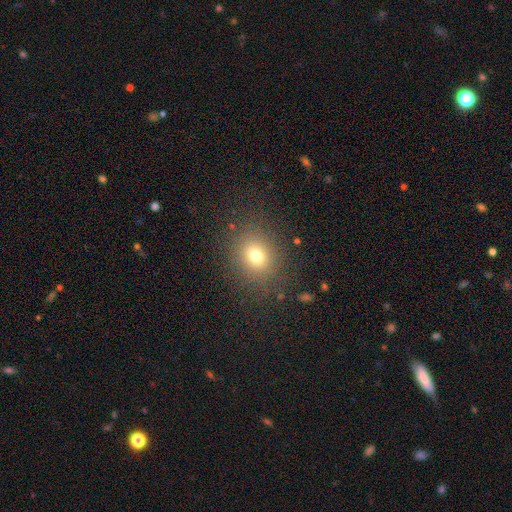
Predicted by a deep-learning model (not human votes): smooth 74%, star or artifact 16%, featured or disk 10%. Down the decision tree: how rounded — round (64%); merging — none (84%).